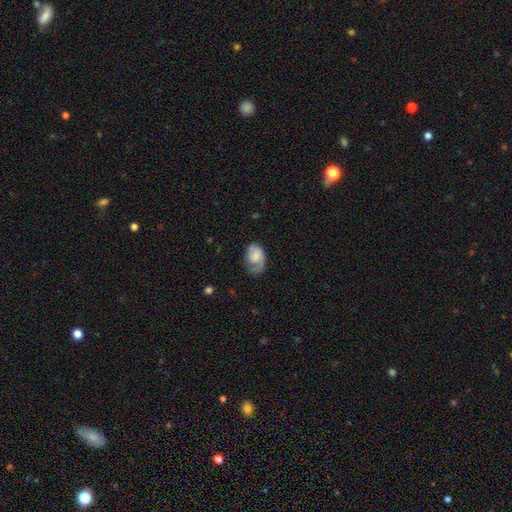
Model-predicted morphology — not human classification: Smooth or featured?
  - featured or disk: 52% *
  - smooth: 41%
  - star or artifact: 7%
Edge-on disk?
  - no: 97% *
  - yes: 3%
Bar?
  - no: 67% *
  - weak: 29%
  - strong: 5%
Spiral arms?
  - yes: 85% *
  - no: 15%
Bulge size?
  - small: 33% *
  - moderate: 31%
  - none: 22%
  - large: 12%
  - dominant: 3%
Merging?
  - none: 50% *
  - minor disturbance: 28%
  - major disturbance: 20%
  - merger: 2%